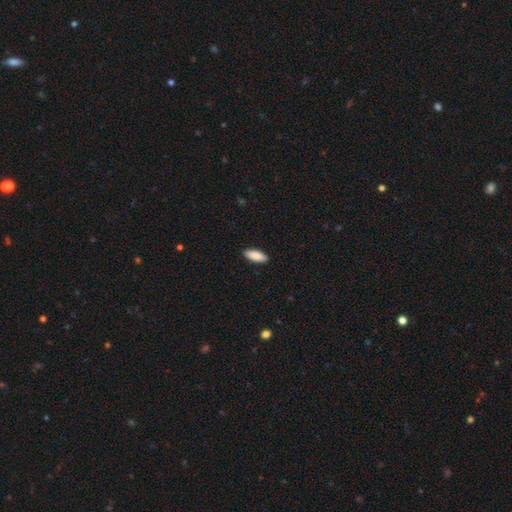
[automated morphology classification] This appears to be a smooth galaxy with no disk features (88%) that is in between round and cigar-shaped (72%). Merging: none (90%).